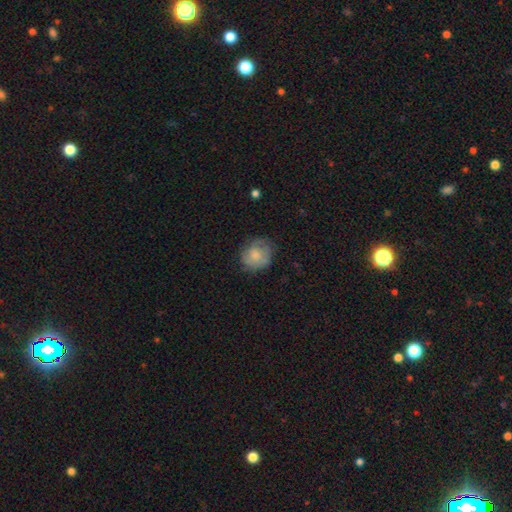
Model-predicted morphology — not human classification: The model was most divided on "smooth or featured": smooth: 66%, featured or disk: 27%, star or artifact: 7%. More confident: how rounded — round (75%); merging — none (65%).